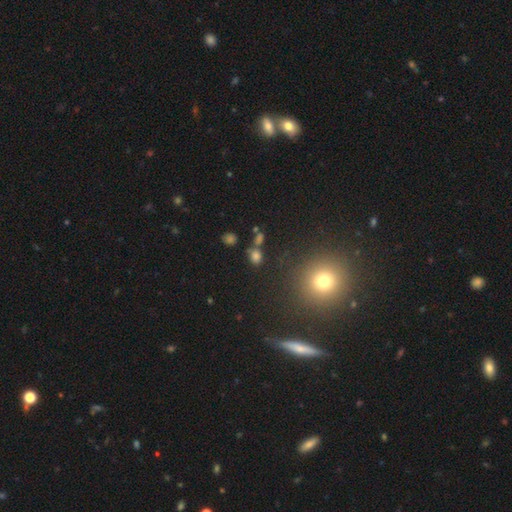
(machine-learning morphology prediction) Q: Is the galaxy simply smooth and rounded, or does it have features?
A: smooth — 69%.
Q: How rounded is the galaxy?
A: round — 53%.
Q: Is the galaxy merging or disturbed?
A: none — 68%.